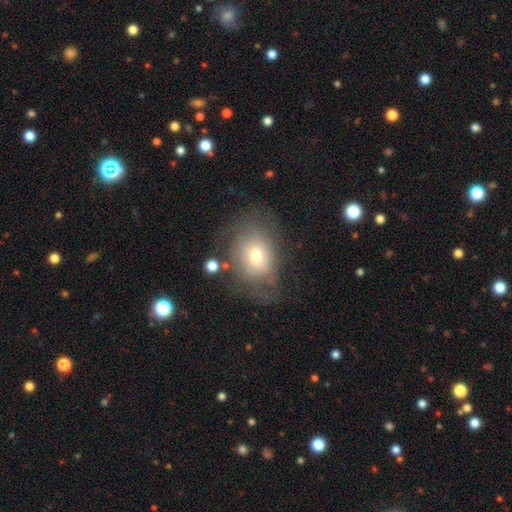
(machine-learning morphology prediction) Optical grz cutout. It shows a smooth galaxy with no disk features (53%) that is in between round and cigar-shaped (62%). Merging: none (53%).